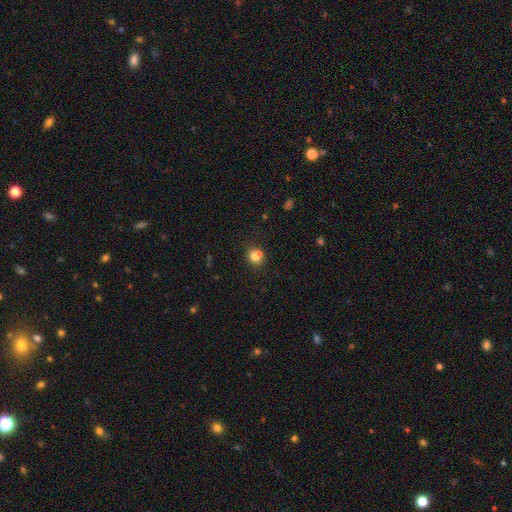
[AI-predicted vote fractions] smooth-or-featured: smooth: 76% | star or artifact: 12% | featured or disk: 12%
  how-rounded: round: 79% | in between: 20% | cigar-shaped: 1%
  merging: none: 49% | merger: 36% | minor disturbance: 11% | major disturbance: 4%